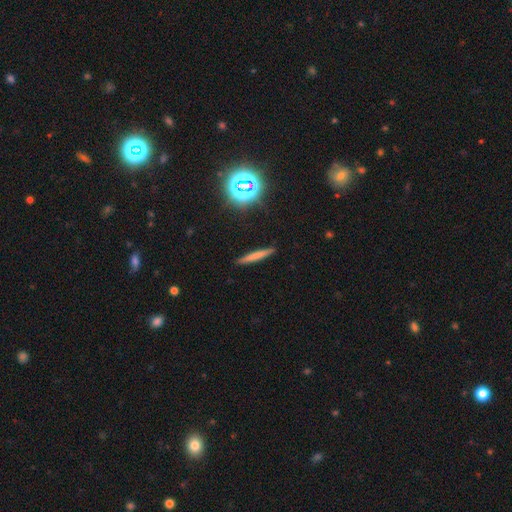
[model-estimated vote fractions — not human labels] Smooth or featured: smooth — 66% (featured or disk — 22%)
How rounded: cigar-shaped — 94% (in between — 4%)
Merging: none — 90% (minor disturbance — 7%)